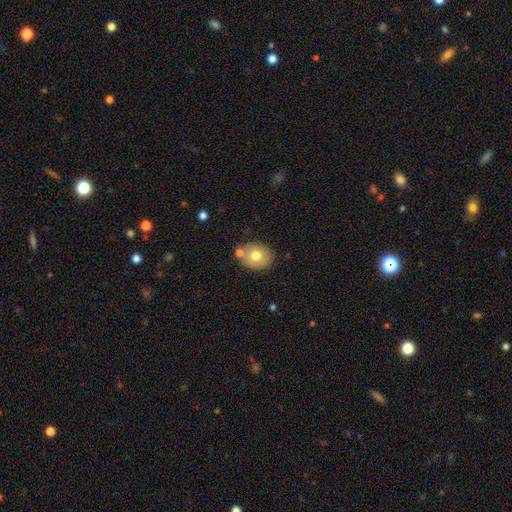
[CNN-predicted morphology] This appears to be a smooth galaxy with no disk features (70%) that is round (52%). Merging: none (66%).